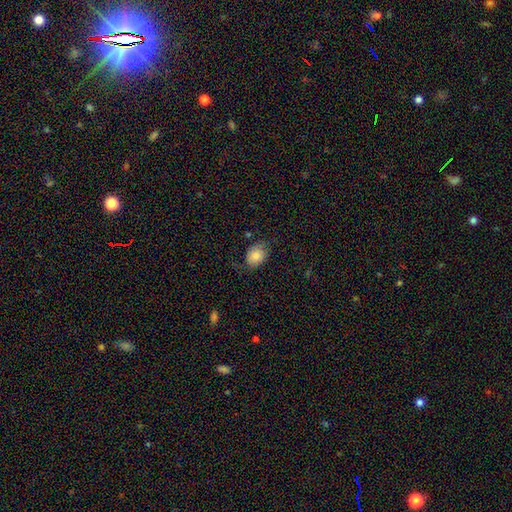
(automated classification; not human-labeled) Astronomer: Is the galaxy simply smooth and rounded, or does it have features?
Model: smooth — 78%.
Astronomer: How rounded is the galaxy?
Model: in between — 70%.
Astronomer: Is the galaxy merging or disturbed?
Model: none — 61%.